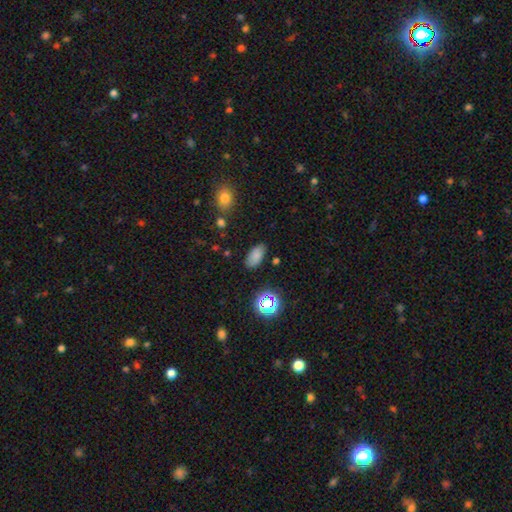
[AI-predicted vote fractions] Q: Smooth or featured?
A: smooth (77%); runner-up: star or artifact (14%)
Q: How rounded?
A: in between (92%); runner-up: round (4%)
Q: Merging?
A: none (80%); runner-up: minor disturbance (14%)